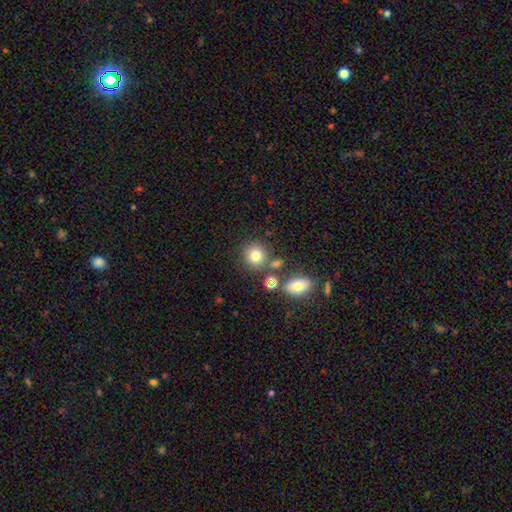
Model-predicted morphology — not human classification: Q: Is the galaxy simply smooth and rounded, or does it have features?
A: smooth — 79%.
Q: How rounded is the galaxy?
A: round — 82%.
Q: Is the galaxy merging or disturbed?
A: none — 72%.